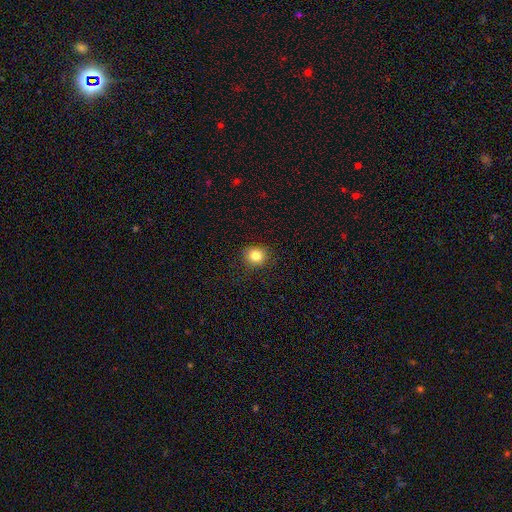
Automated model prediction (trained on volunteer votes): The model was most divided on "how rounded": round: 83%, in between: 16%, cigar-shaped: 1%. More confident: merging — none (88%); smooth or featured — smooth (82%).